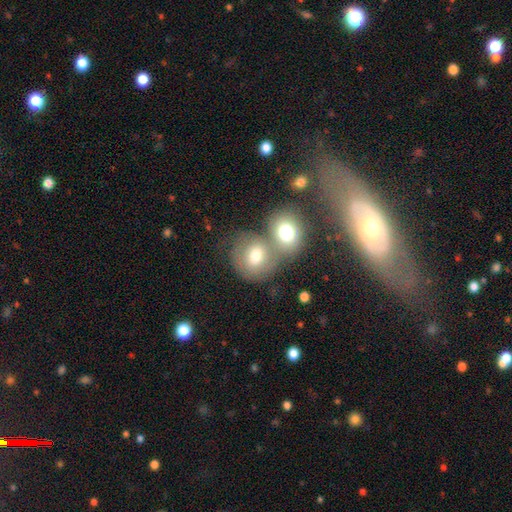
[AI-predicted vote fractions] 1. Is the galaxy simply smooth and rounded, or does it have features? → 61% smooth, 29% featured or disk, 10% star or artifact.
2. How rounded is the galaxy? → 75% round, 24% in between, 1% cigar-shaped.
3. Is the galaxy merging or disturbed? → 55% merger, 31% none, 9% minor disturbance, 6% major disturbance.